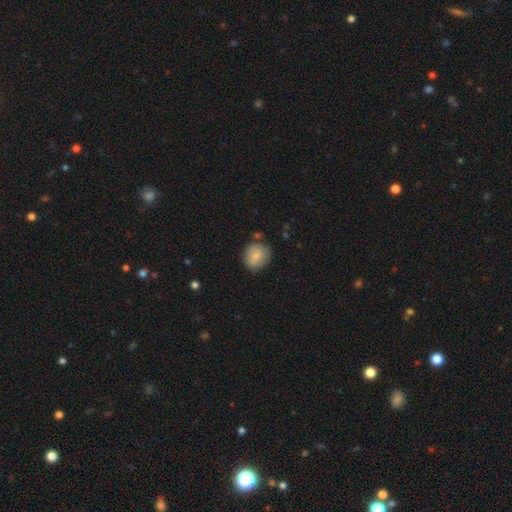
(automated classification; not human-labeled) smooth-or-featured: smooth: 70% | featured or disk: 23% | star or artifact: 7%
  how-rounded: round: 80% | in between: 19% | cigar-shaped: 1%
  merging: none: 73% | minor disturbance: 18% | merger: 5% | major disturbance: 4%